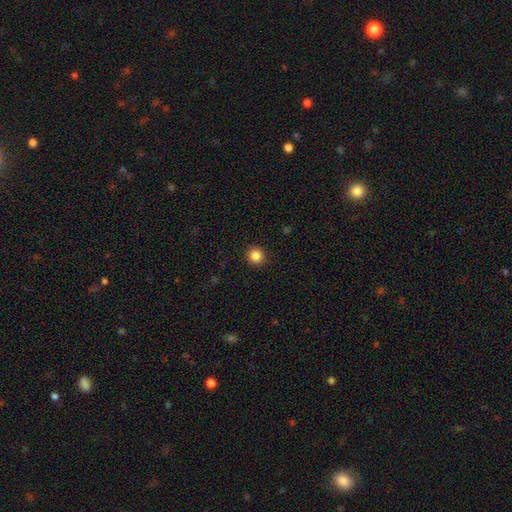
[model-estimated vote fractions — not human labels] This is clearly a smooth galaxy (85%). How rounded: clearly round (93%). Merging: clearly none (92%).